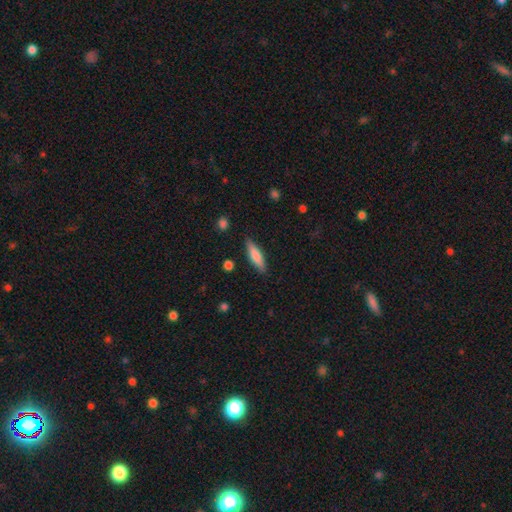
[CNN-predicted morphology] smooth_or_featured: smooth (p=0.72) [alt: featured or disk p=0.22]
how_rounded: cigar-shaped (p=0.70) [alt: in between p=0.29]
merging: none (p=0.86) [alt: minor disturbance p=0.10]